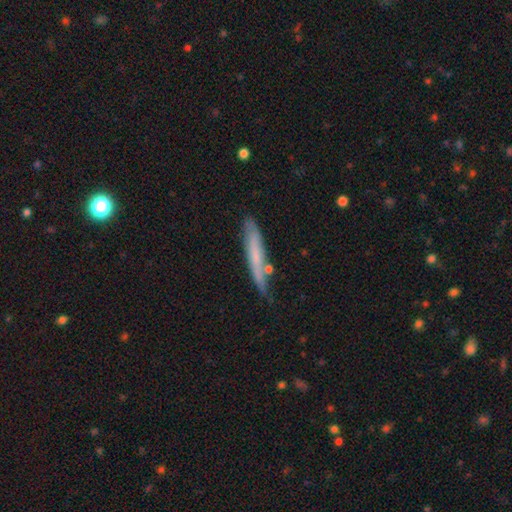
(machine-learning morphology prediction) A smooth galaxy with no disk features (55%) that is cigar-shaped (92%). Merging: none (68%).